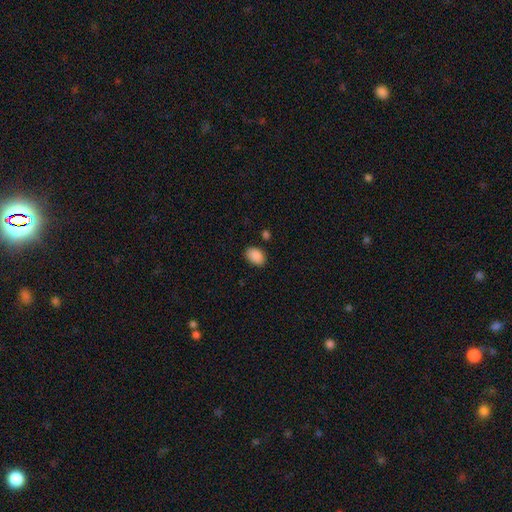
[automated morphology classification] smooth-or-featured: smooth: 90% | star or artifact: 7% | featured or disk: 3%
  how-rounded: in between: 82% | round: 17% | cigar-shaped: 1%
  merging: none: 83% | minor disturbance: 11% | major disturbance: 3% | merger: 2%